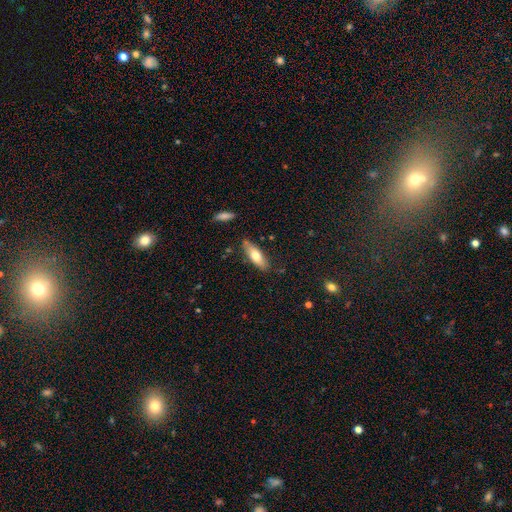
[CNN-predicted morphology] smooth 67%, featured or disk 27%, star or artifact 6%. Down the decision tree: how rounded — in between (57%); merging — none (79%).